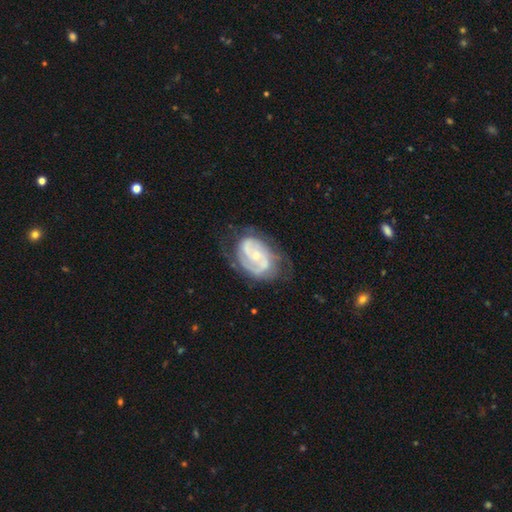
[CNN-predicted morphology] Smooth or featured? featured or disk (83%)
Edge-on disk? no (97%)
Bar? no (59%)
Spiral arms? yes (93%)
Spiral winding? tight (49%)
Spiral arm count? 2 (59%)
Bulge size? small (63%)
Merging? none (61%)